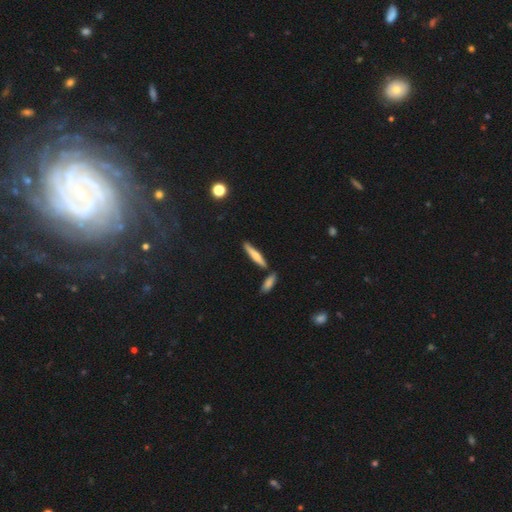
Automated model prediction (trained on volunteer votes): smooth 57%, featured or disk 36%, star or artifact 7%. Down the decision tree: how rounded — cigar-shaped (88%); merging — none (80%).